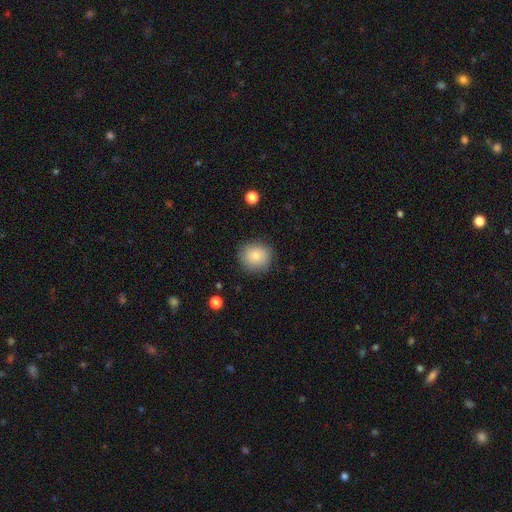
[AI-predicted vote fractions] Morphology: type=smooth (84%); roundness=round (88%); merging=none (84%).